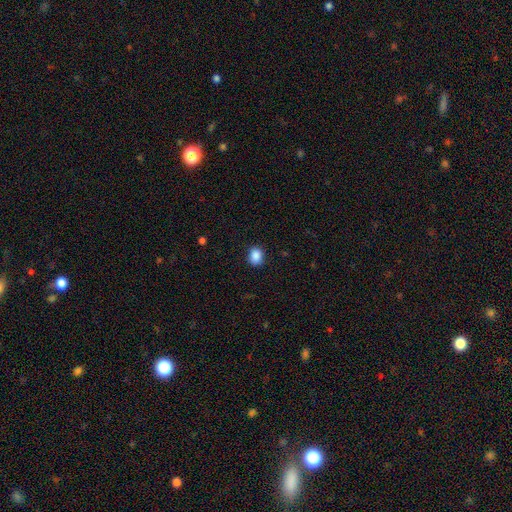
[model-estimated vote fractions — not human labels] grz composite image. It shows a smooth galaxy with no disk features (88%) that is round (50%). Merging: none (86%).